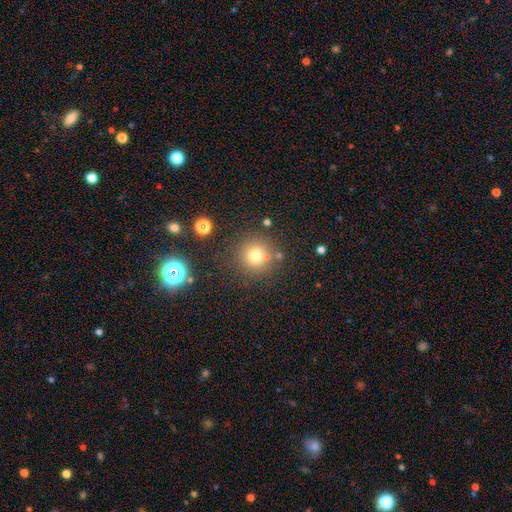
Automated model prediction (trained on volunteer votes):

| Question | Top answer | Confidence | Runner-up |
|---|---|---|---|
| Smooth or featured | smooth | 74% | star or artifact (16%) |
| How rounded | round | 95% | in between (4%) |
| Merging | none | 81% | minor disturbance (9%) |